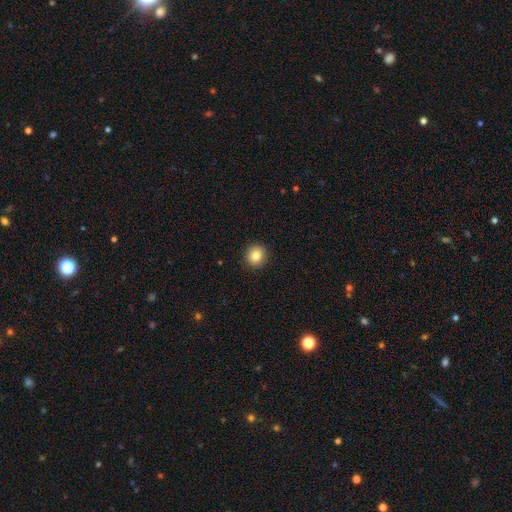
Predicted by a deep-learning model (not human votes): Smooth or featured: smooth — 83% (star or artifact — 10%)
How rounded: round — 91% (in between — 8%)
Merging: none — 92% (minor disturbance — 5%)